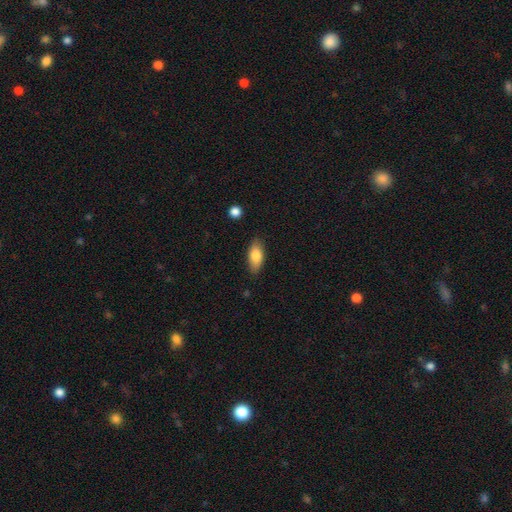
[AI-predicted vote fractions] Smooth or featured?
  - smooth: 80% *
  - featured or disk: 13%
  - star or artifact: 7%
How rounded?
  - in between: 85% *
  - cigar-shaped: 12%
  - round: 3%
Merging?
  - none: 84% *
  - minor disturbance: 12%
  - major disturbance: 2%
  - merger: 1%